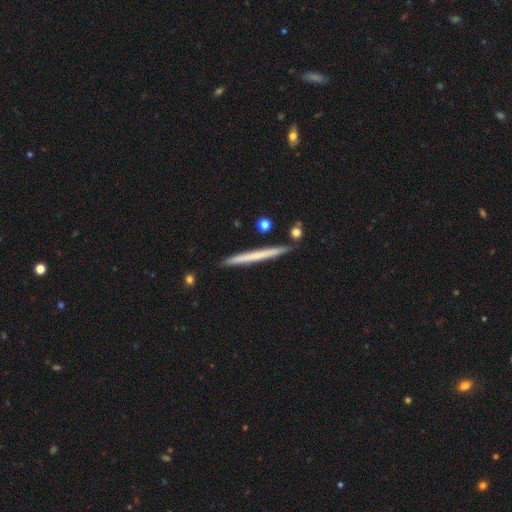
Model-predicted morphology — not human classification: The model was most divided on "smooth or featured": smooth: 54%, featured or disk: 40%, star or artifact: 6%. More confident: how rounded — cigar-shaped (97%); merging — none (90%).